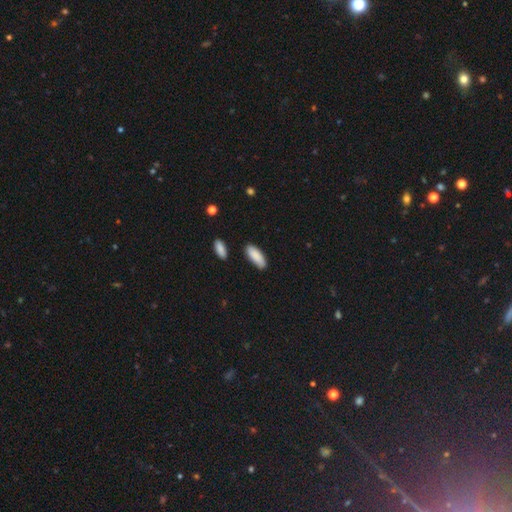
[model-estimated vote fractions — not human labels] Q: Smooth or featured?
A: smooth (88%); runner-up: star or artifact (6%)
Q: How rounded?
A: in between (75%); runner-up: cigar-shaped (23%)
Q: Merging?
A: none (82%); runner-up: minor disturbance (13%)